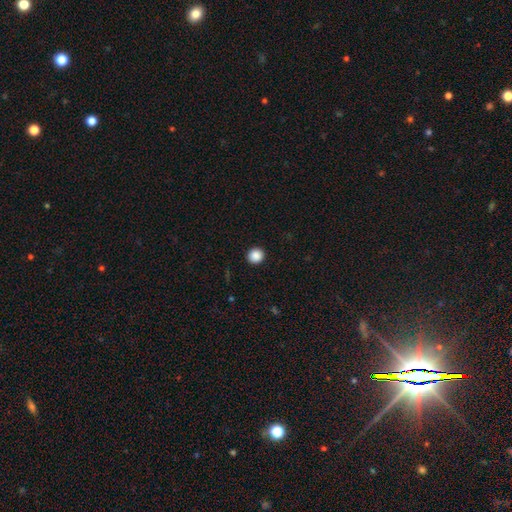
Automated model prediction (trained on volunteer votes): Overall: smooth (88%). How rounded: round (93%). Merging: none (93%).